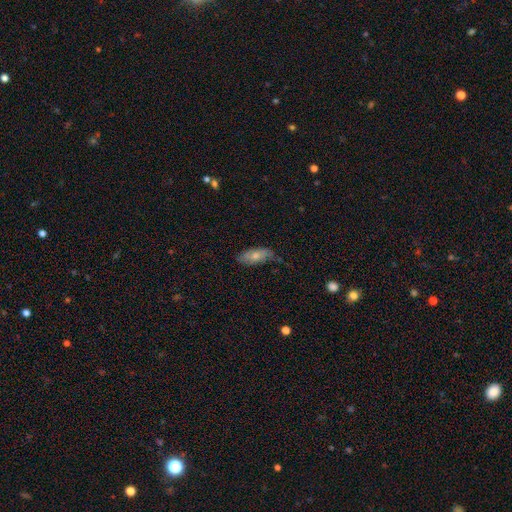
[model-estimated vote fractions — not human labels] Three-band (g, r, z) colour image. It shows a smooth galaxy with no disk features (67%) that is in between round and cigar-shaped (82%). Merging: none (61%).